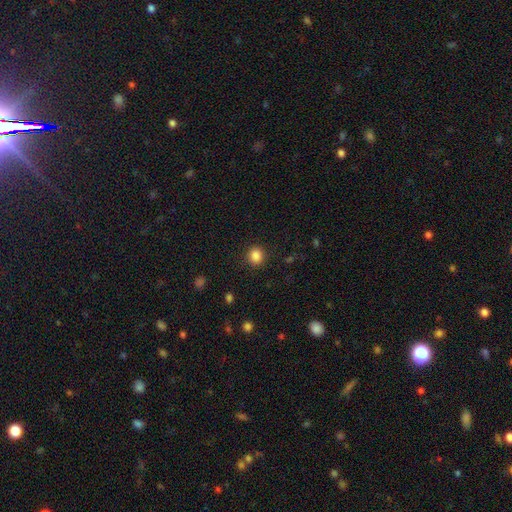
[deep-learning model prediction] Smooth or featured: smooth — 86% (star or artifact — 10%)
How rounded: round — 83% (in between — 16%)
Merging: none — 89% (minor disturbance — 7%)